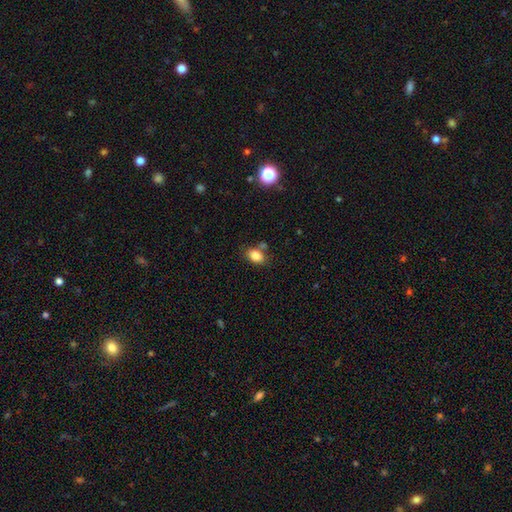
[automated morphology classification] A smooth galaxy with no disk features (83%) that is in between round and cigar-shaped (81%).

Vote fractions:
- Smooth or featured? smooth: 83% / star or artifact: 10% / featured or disk: 8%
- How rounded? in between: 81% / round: 18% / cigar-shaped: 2%
- Merging? none: 68% / minor disturbance: 14% / merger: 13% / major disturbance: 4%